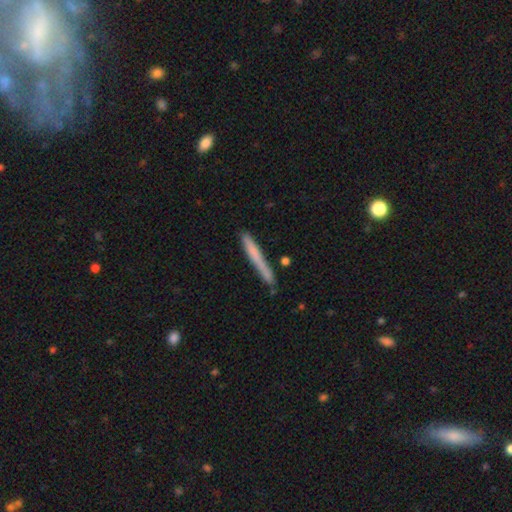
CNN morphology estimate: A smooth galaxy with no disk features (64%) that is cigar-shaped (97%). Merging: none (78%).